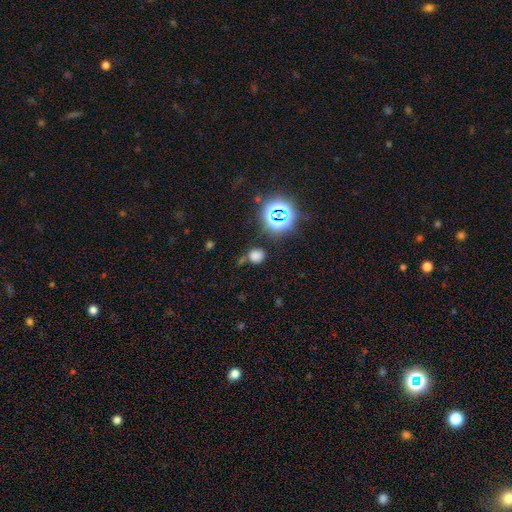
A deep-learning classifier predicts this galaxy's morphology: This is likely a smooth galaxy (67%). How rounded: clearly round (84%). Merging: likely none (73%).